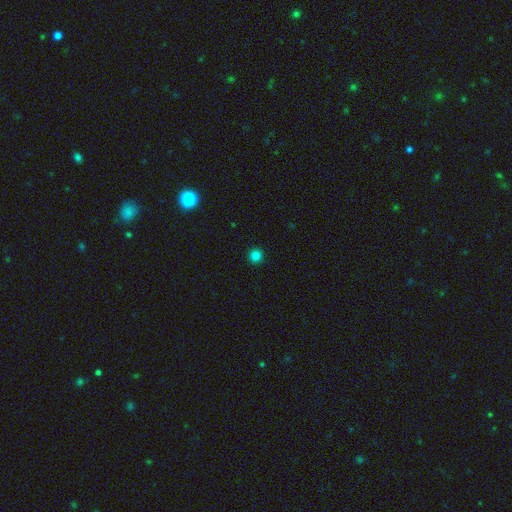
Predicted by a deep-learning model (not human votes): This appears to be a smooth galaxy with no disk features (83%) that is round (96%). Merging: none (93%).